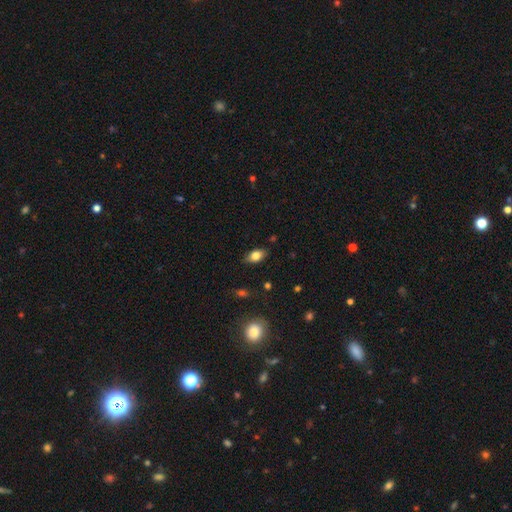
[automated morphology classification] type=smooth (79%); roundness=in between (88%); merging=none (84%).